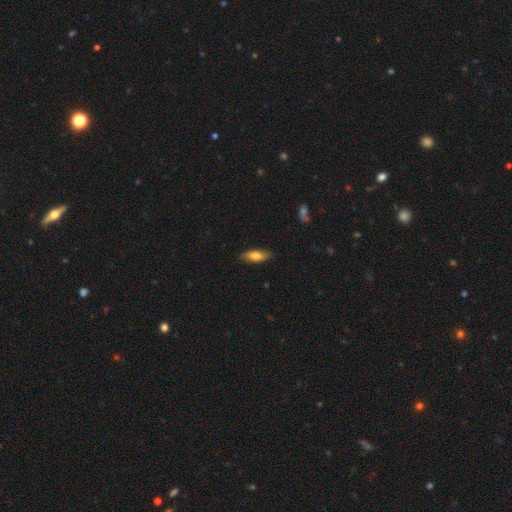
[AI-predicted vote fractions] Smooth or featured?
  - smooth: 76% *
  - featured or disk: 18%
  - star or artifact: 6%
How rounded?
  - in between: 74% *
  - cigar-shaped: 23%
  - round: 2%
Merging?
  - none: 83% *
  - minor disturbance: 14%
  - major disturbance: 2%
  - merger: 1%